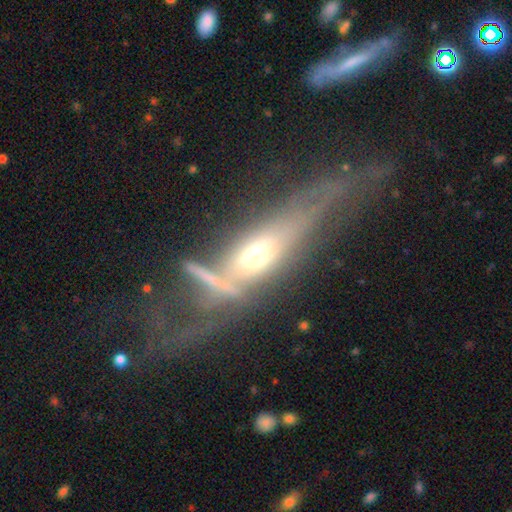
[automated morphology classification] Smooth or featured: featured or disk — 67% (smooth — 22%)
Edge-on disk: yes — 67% (no — 33%)
Merging: major disturbance — 38% (none — 27%)